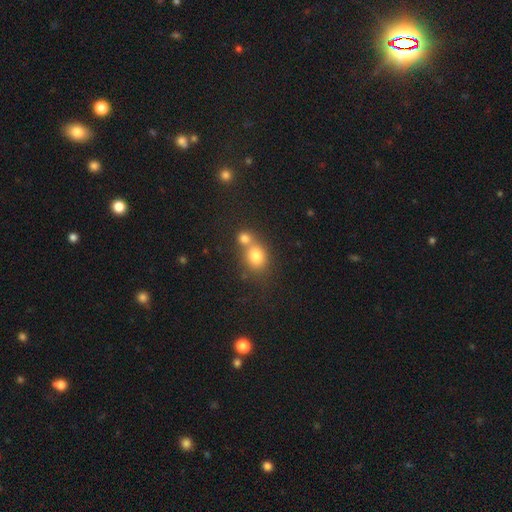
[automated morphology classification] This is likely a smooth galaxy (78%). How rounded: possibly round (53%). Merging: possibly merger (55%).